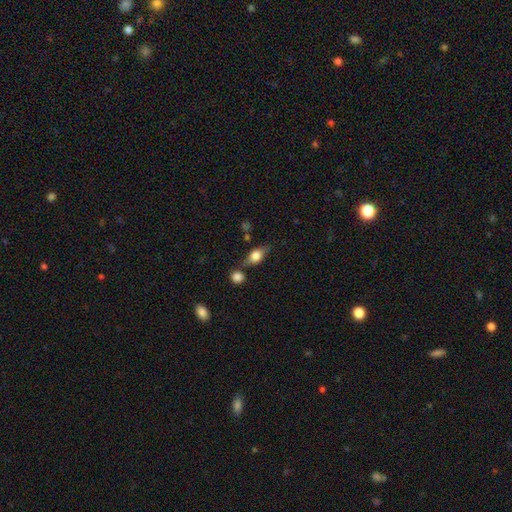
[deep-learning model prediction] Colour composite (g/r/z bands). It shows a smooth galaxy with no disk features (70%) that is in between round and cigar-shaped (74%). Merging: none (61%).